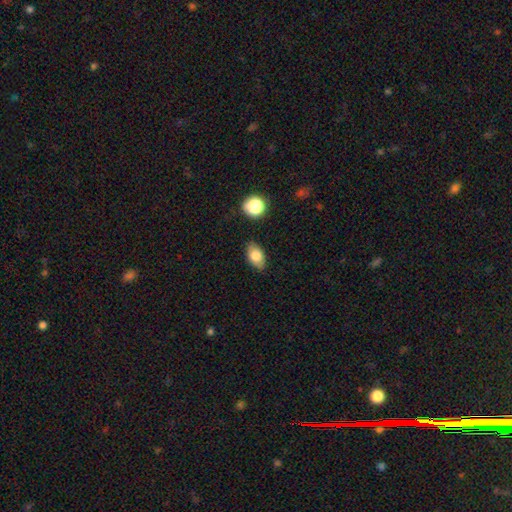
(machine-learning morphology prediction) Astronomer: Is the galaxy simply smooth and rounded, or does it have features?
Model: smooth — 80%.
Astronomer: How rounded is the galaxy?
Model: in between — 87%.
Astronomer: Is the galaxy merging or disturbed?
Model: none — 83%.